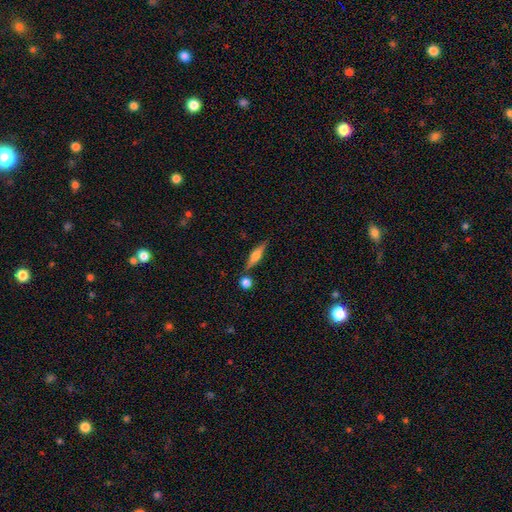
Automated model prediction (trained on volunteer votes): smooth_or_featured: featured or disk (p=0.57) [alt: smooth p=0.36]
disk_edge_on: yes (p=0.96) [alt: no p=0.04]
edge_on_bulge: rounded (p=0.81) [alt: boxy p=0.15]
merging: none (p=0.78) [alt: minor disturbance p=0.10]